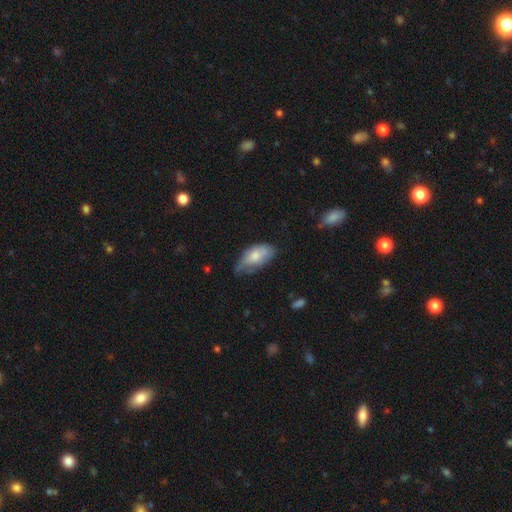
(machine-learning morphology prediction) This is likely a smooth galaxy (71%). How rounded: clearly in between (93%). Merging: marginally minor disturbance (43%).